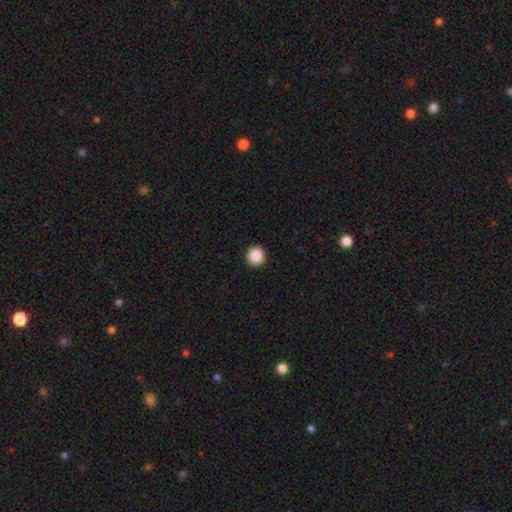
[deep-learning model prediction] This is clearly a smooth galaxy (88%). How rounded: clearly round (96%). Merging: clearly none (94%).